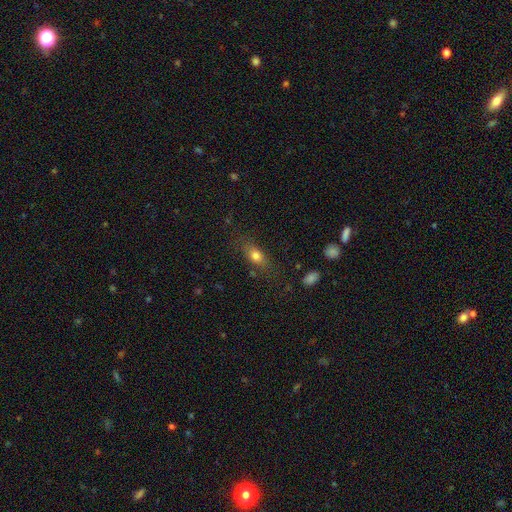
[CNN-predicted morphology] This is likely a smooth galaxy (75%). How rounded: likely in between (72%). Merging: likely none (72%).